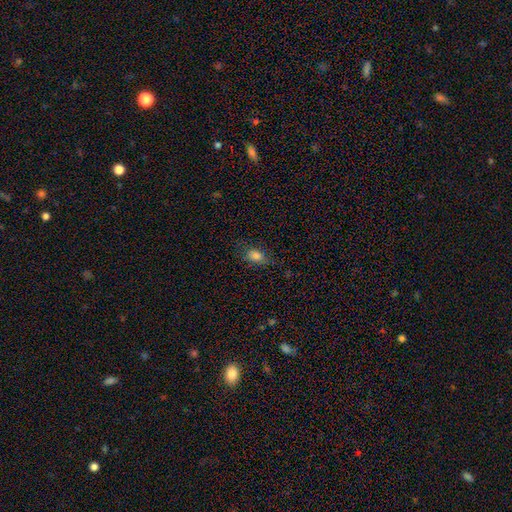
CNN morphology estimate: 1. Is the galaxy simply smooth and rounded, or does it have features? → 83% smooth, 11% star or artifact, 7% featured or disk.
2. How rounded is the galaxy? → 84% in between, 12% round, 3% cigar-shaped.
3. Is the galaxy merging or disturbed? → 75% none, 19% minor disturbance, 5% major disturbance, 1% merger.